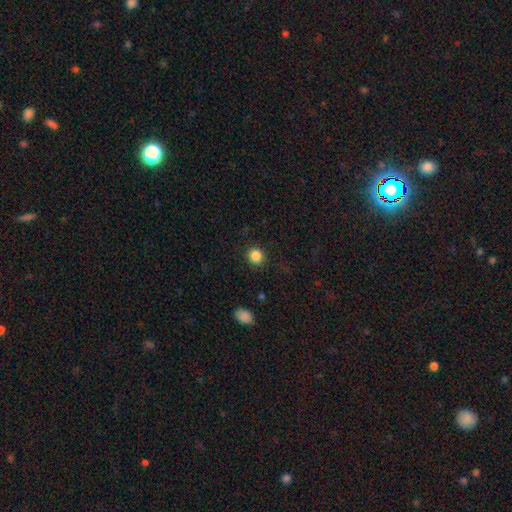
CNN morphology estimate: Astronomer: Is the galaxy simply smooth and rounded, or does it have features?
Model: smooth — 86%.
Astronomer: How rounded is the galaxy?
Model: round — 89%.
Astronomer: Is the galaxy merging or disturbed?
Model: none — 89%.